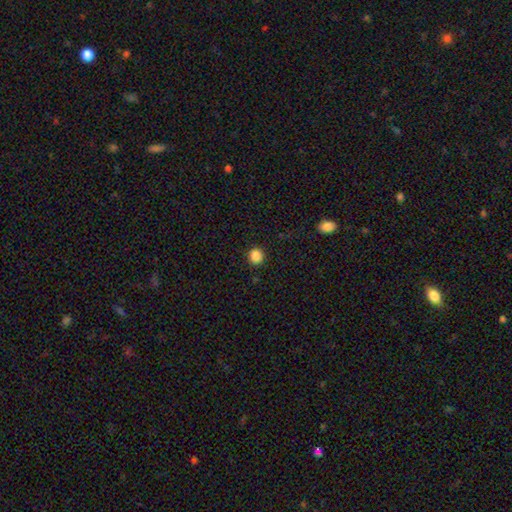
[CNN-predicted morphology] smooth-or-featured: smooth: 86% | star or artifact: 11% | featured or disk: 3%
  how-rounded: round: 90% | in between: 9% | cigar-shaped: 1%
  merging: none: 91% | minor disturbance: 6% | major disturbance: 2% | merger: 1%